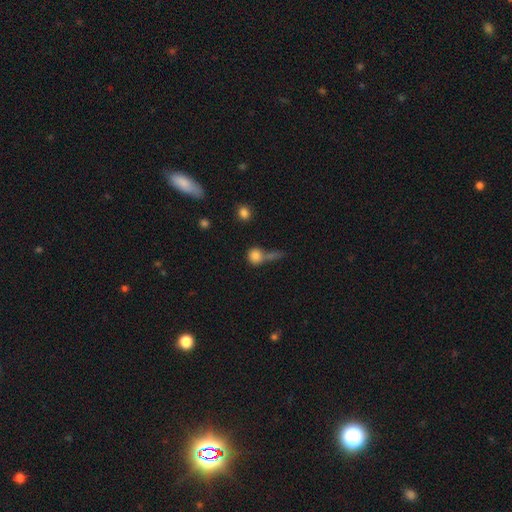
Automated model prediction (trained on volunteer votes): The model was most divided on "merging": none: 43%, merger: 33%, minor disturbance: 12%, major disturbance: 12%. More confident: how rounded — round (84%); smooth or featured — smooth (80%).